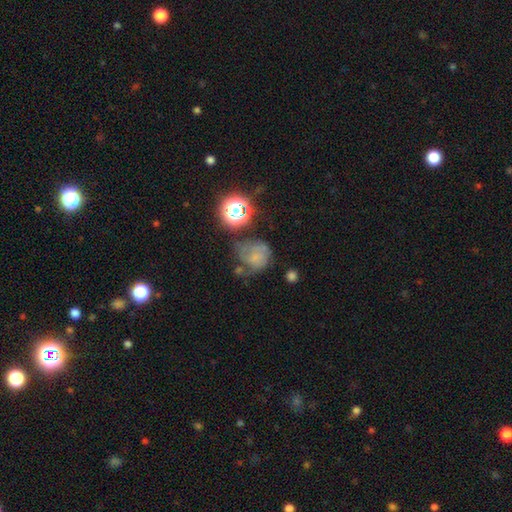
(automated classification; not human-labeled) Smooth or featured? smooth (53%)
How rounded? round (74%)
Merging? none (38%)